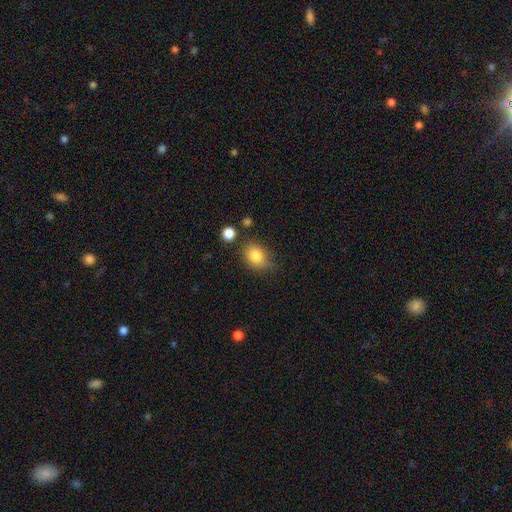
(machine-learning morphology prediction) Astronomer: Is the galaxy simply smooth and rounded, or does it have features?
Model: smooth — 82%.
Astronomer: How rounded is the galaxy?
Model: in between — 54% (runner-up: round, 44%).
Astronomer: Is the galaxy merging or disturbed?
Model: none — 67%.